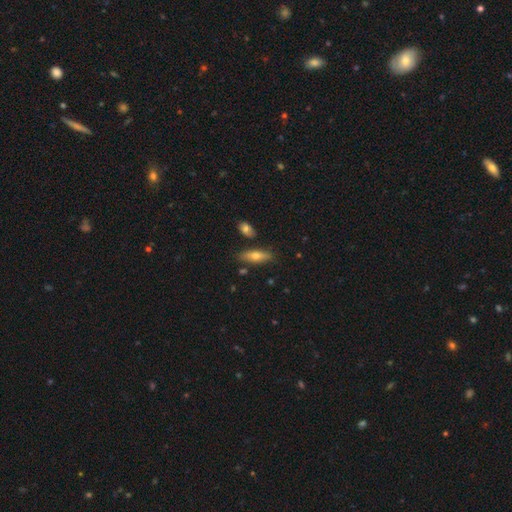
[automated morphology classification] Overall: smooth (57%; featured or disk 35%). How rounded: in between (50%; cigar-shaped 46%). Merging: none (80%).